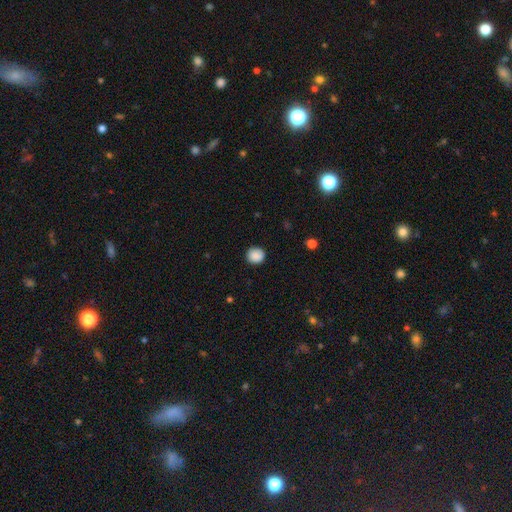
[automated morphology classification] A smooth galaxy with no disk features (88%) that is round (87%). Merging: none (88%).